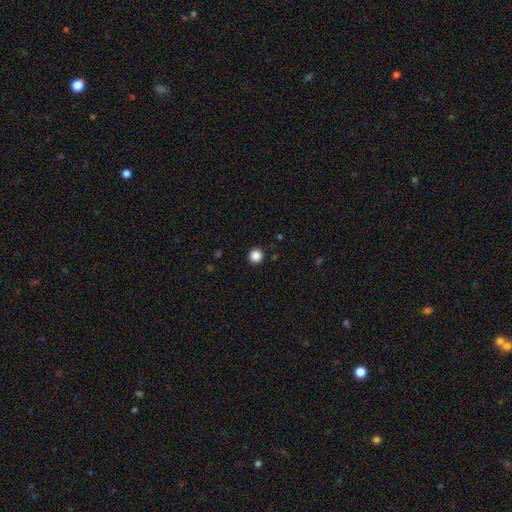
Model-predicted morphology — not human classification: smooth 87%, star or artifact 11%, featured or disk 3%. Down the decision tree: how rounded — round (96%); merging — none (93%).